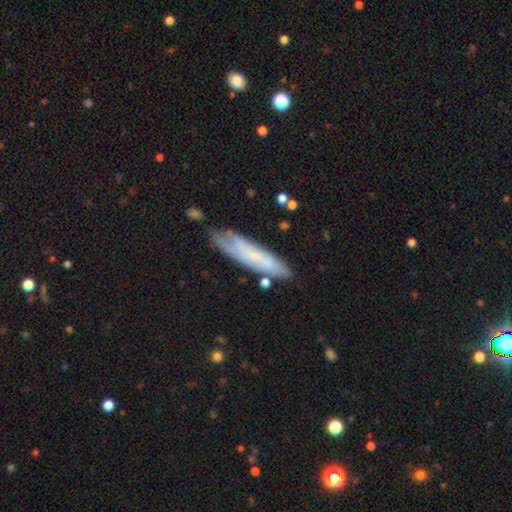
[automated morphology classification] smooth 56%, featured or disk 38%, star or artifact 6%. Down the decision tree: how rounded — cigar-shaped (71%); merging — none (64%).